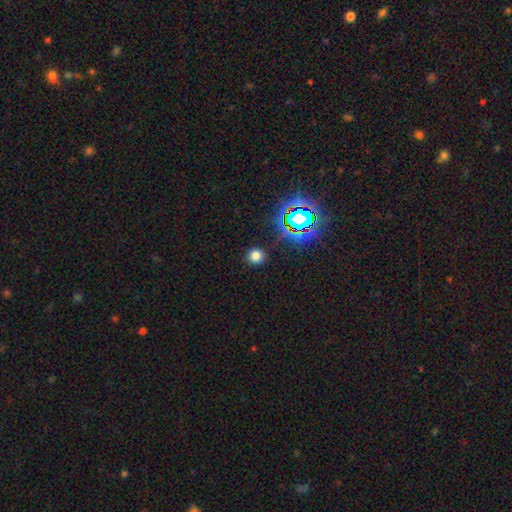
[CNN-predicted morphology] Smooth or featured? smooth (73%)
How rounded? round (88%)
Merging? none (89%)